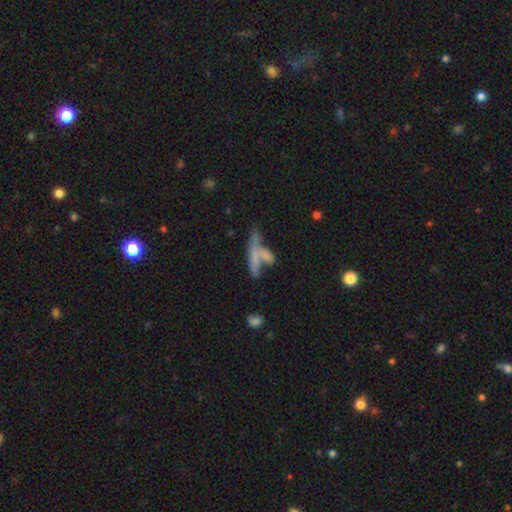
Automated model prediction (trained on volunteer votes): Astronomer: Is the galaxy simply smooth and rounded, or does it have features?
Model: smooth — 55% (runner-up: featured or disk, 32%).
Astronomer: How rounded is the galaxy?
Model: cigar-shaped — 71%.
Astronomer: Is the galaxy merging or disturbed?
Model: merger — 47% (runner-up: none, 31%).